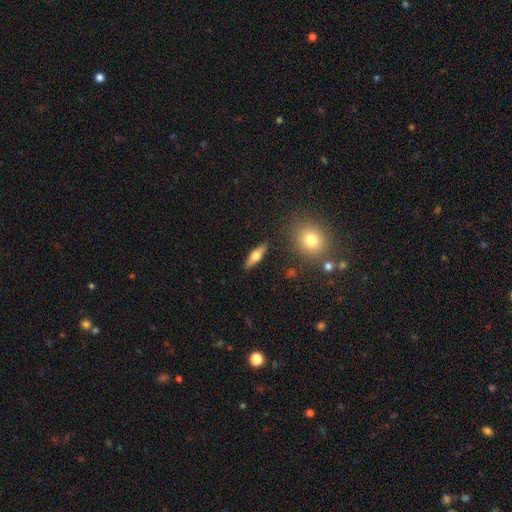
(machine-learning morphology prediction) Smooth or featured?
  - smooth: 51% *
  - featured or disk: 43%
  - star or artifact: 7%
How rounded?
  - cigar-shaped: 48% * (tied)
  - in between: 48% * (tied)
  - round: 4%
Merging?
  - none: 87% *
  - minor disturbance: 8%
  - major disturbance: 2%
  - merger: 2%